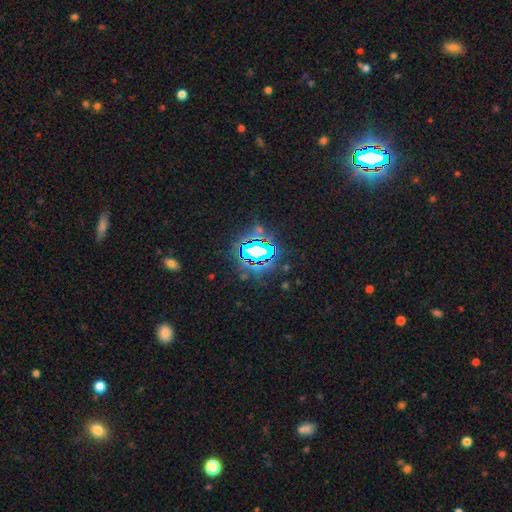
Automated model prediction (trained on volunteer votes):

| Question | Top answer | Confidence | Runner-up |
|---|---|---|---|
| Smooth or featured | star or artifact | 71% | smooth (17%) |